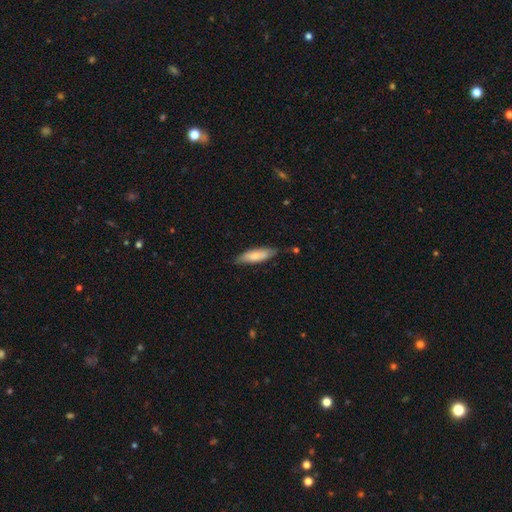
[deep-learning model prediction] Smooth or featured?
  - smooth: 76% *
  - featured or disk: 18%
  - star or artifact: 6%
How rounded?
  - cigar-shaped: 51% *
  - in between: 47%
  - round: 1%
Merging?
  - none: 73% *
  - minor disturbance: 21%
  - major disturbance: 4%
  - merger: 2%